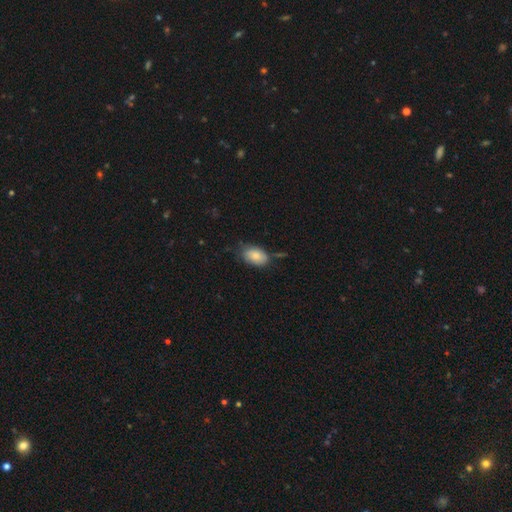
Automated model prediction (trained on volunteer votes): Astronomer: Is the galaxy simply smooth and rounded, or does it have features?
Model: smooth — 83%.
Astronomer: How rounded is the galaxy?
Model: in between — 89%.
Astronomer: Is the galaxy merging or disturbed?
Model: none — 64%.